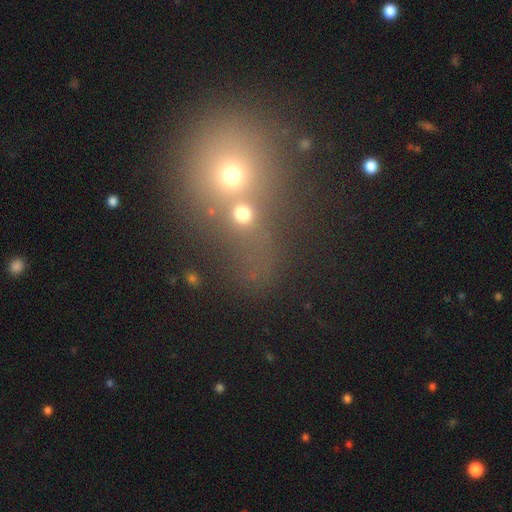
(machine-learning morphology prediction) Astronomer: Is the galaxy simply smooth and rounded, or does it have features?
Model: smooth — 47% (runner-up: star or artifact, 36%).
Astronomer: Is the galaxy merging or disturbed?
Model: merger — 68%.